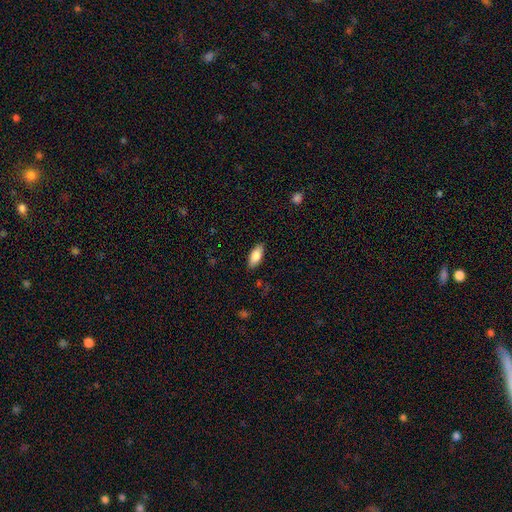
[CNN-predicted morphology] smooth-or-featured: smooth: 82% | featured or disk: 12% | star or artifact: 6%
  how-rounded: in between: 85% | cigar-shaped: 13% | round: 2%
  merging: none: 87% | minor disturbance: 10% | major disturbance: 2% | merger: 1%